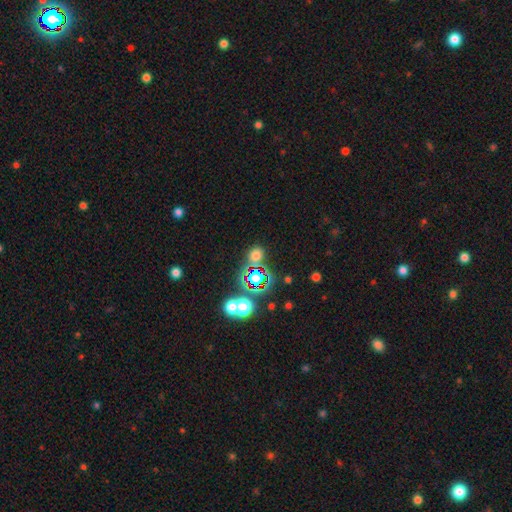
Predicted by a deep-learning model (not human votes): Smooth or featured? smooth (57%)
How rounded? round (71%)
Merging? none (72%)